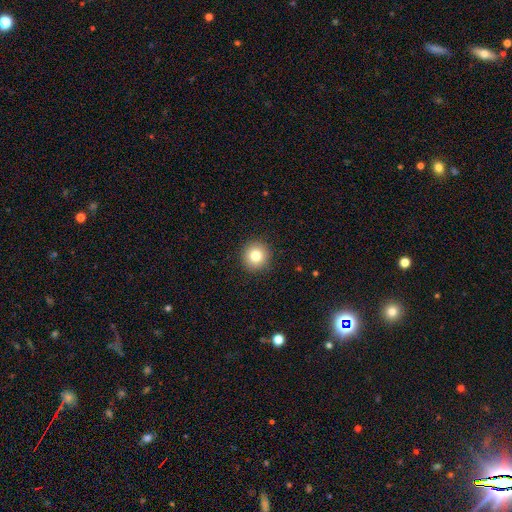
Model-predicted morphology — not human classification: Smooth or featured? Predicted: smooth (p=0.81). How rounded? Predicted: round (p=0.94). Merging? Predicted: none (p=0.92).